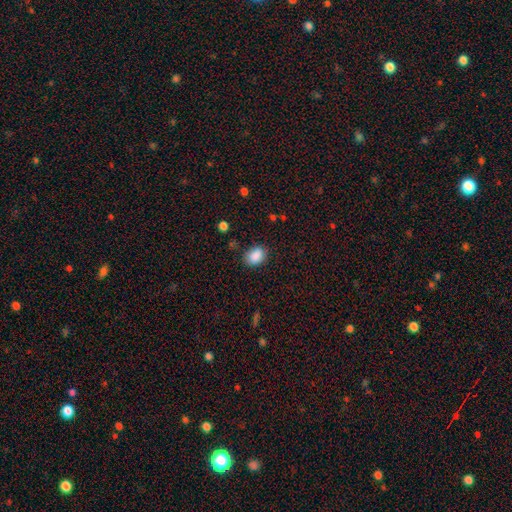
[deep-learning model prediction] This is clearly a smooth galaxy (88%). How rounded: likely in between (75%). Merging: likely none (77%).